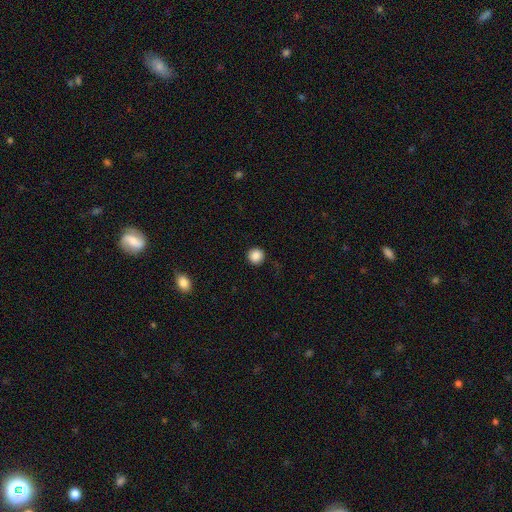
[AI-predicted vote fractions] Overall: smooth (87%). How rounded: round (95%). Merging: none (91%).